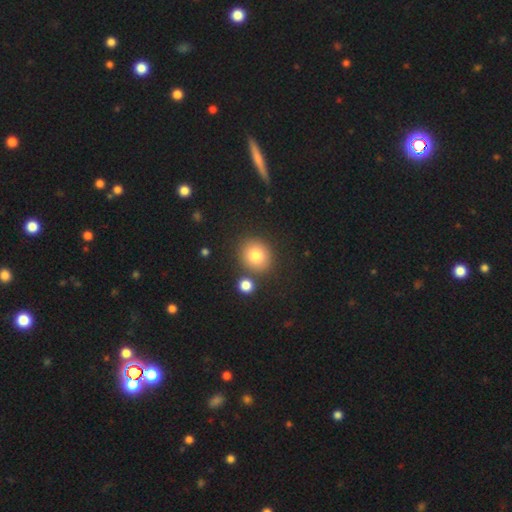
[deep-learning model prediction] Overall: smooth (81%). How rounded: round (80%). Merging: none (79%).